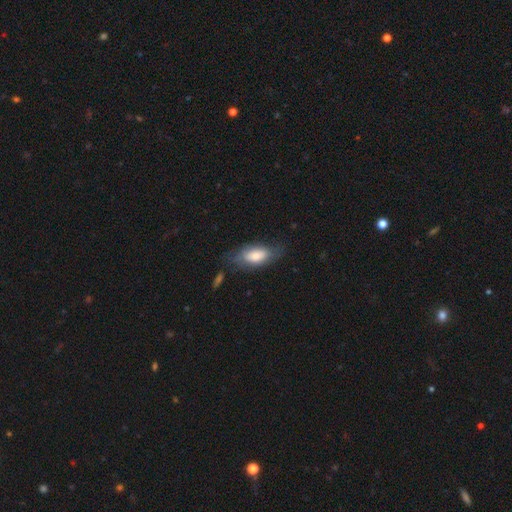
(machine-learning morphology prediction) smooth-or-featured: smooth: 76% | featured or disk: 18% | star or artifact: 6%
  how-rounded: in between: 84% | cigar-shaped: 14% | round: 3%
  merging: none: 63% | minor disturbance: 24% | major disturbance: 9% | merger: 4%